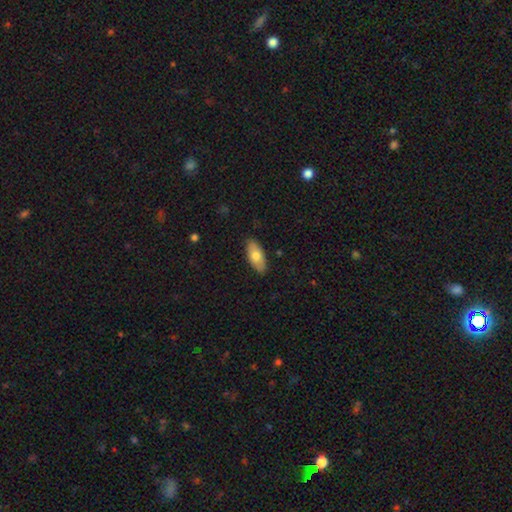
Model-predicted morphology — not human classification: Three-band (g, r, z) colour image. It shows a smooth galaxy with no disk features (73%) that is in between round and cigar-shaped (88%). Merging: none (86%).